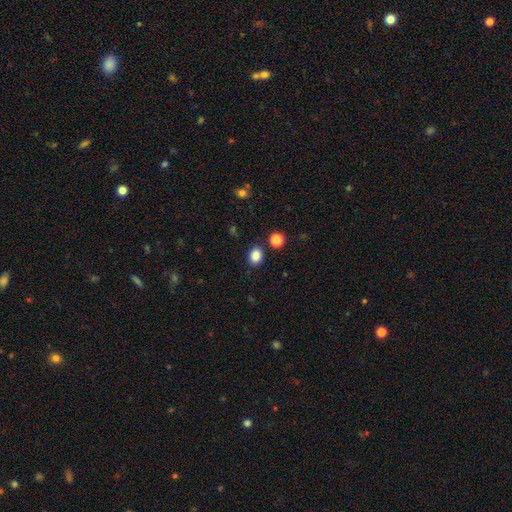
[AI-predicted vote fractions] Morphology: type=smooth (86%); roundness=in between (61%); merging=none (84%).